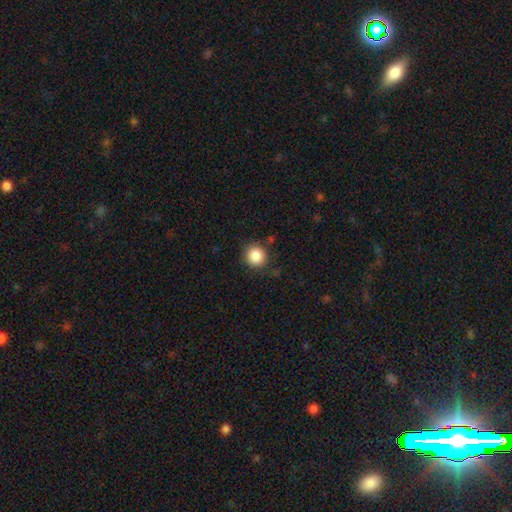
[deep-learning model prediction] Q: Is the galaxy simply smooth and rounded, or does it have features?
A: smooth — 87%.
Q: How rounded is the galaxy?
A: round — 92%.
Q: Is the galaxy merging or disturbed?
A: none — 87%.